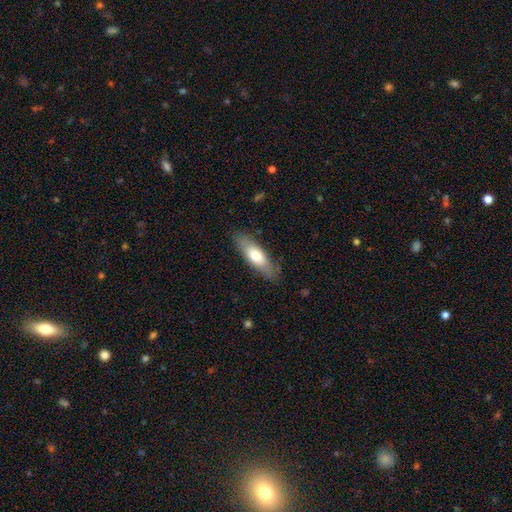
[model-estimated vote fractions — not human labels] This is likely a smooth galaxy (68%). How rounded: possibly in between (55%). Merging: clearly none (83%).